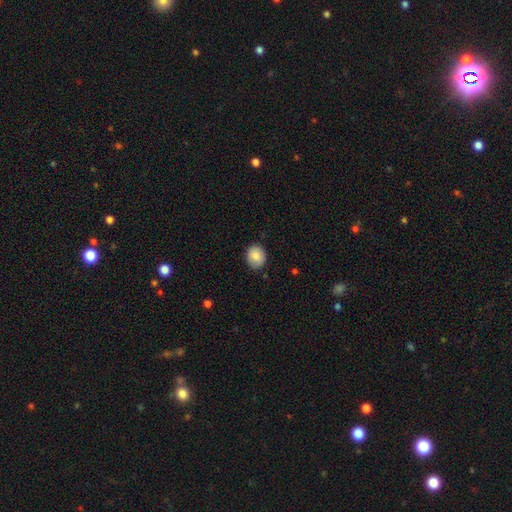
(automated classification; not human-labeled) Smooth or featured: smooth — 85% (star or artifact — 7%)
How rounded: round — 68% (in between — 31%)
Merging: none — 84% (minor disturbance — 13%)